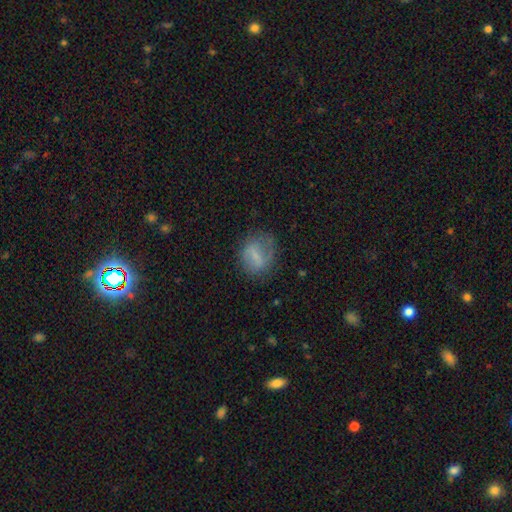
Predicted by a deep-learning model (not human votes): Overall: smooth (54%; featured or disk 36%). How rounded: in between (49%; round 47%). Merging: none (62%; minor disturbance 23%).